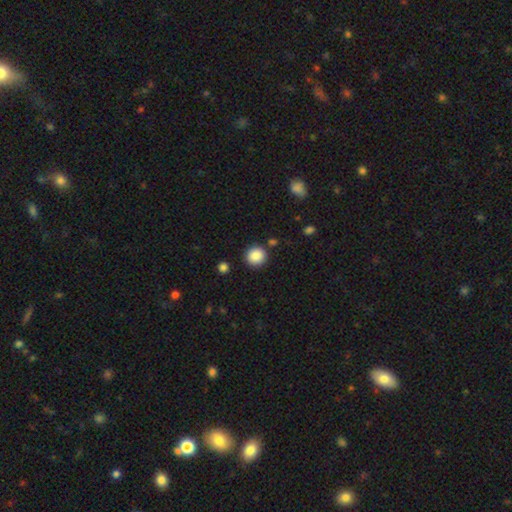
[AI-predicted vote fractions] smooth_or_featured: smooth (p=0.88) [alt: star or artifact p=0.09]
how_rounded: round (p=0.90) [alt: in between p=0.09]
merging: none (p=0.87) [alt: minor disturbance p=0.07]